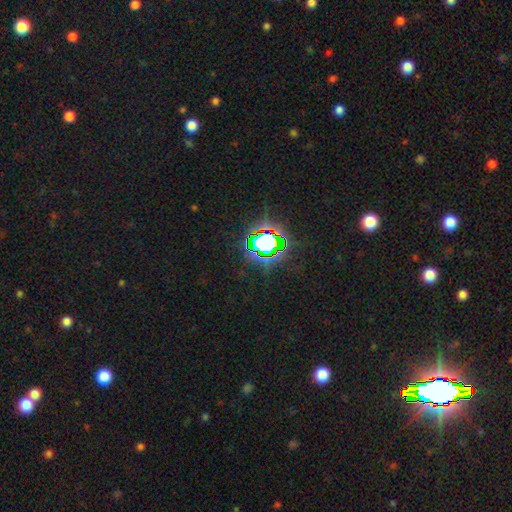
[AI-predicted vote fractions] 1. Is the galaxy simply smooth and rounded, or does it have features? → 81% star or artifact, 12% smooth, 7% featured or disk.